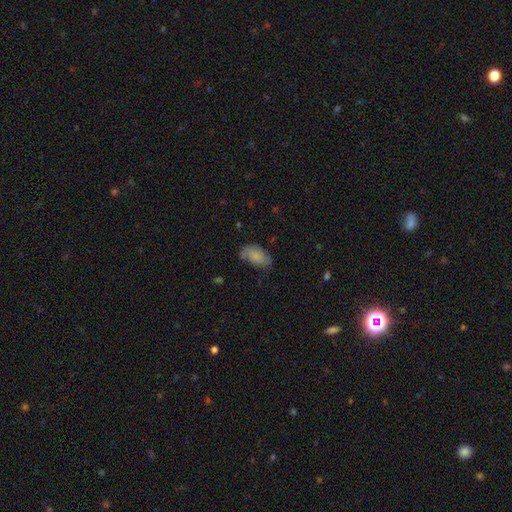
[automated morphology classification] This appears to be a smooth galaxy with no disk features (75%) that is in between round and cigar-shaped (93%). Merging: none (59%).